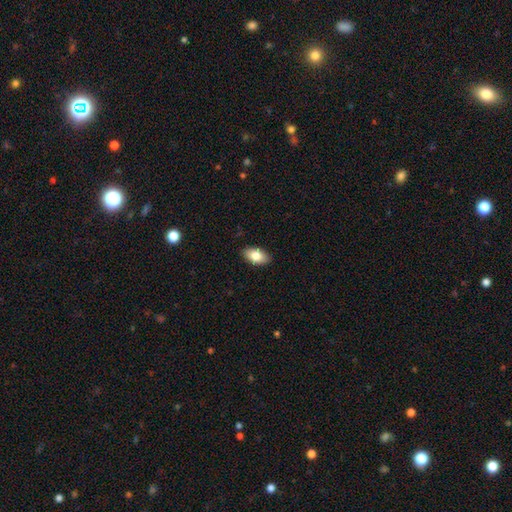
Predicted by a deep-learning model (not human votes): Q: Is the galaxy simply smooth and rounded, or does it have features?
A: smooth — 81%.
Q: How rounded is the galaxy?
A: in between — 93%.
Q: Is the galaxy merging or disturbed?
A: none — 89%.